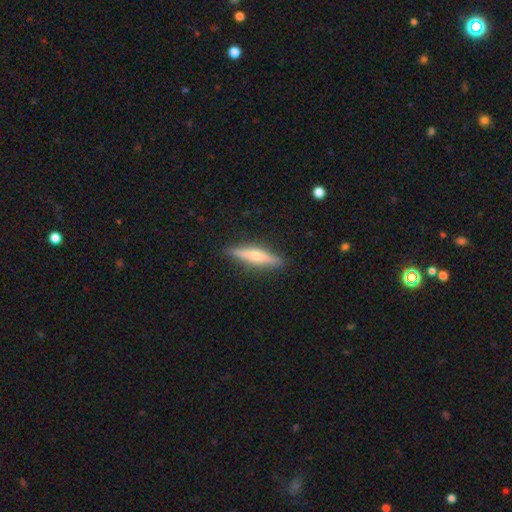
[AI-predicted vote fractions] smooth-or-featured: featured or disk: 58% | smooth: 36% | star or artifact: 6%
  disk-edge-on: yes: 96% | no: 4%
    edge-on-bulge: rounded: 86% | none: 9% | boxy: 6%
  merging: none: 90% | minor disturbance: 7% | major disturbance: 2% | merger: 1%